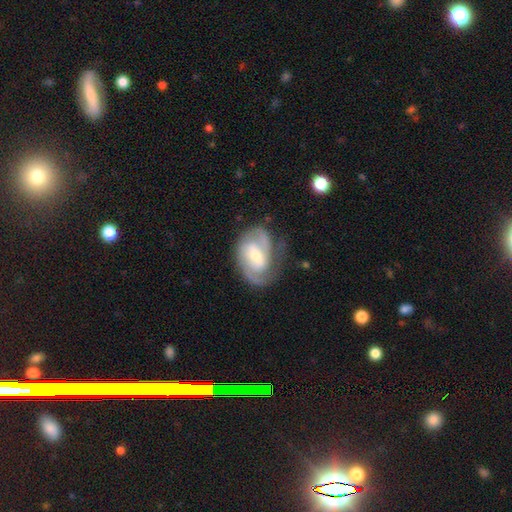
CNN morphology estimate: This is clearly a featured or disk galaxy (83%). It is clearly not viewed edge-on (97%). Bar: possibly weak (49%). Spiral arm pattern: clearly yes (93%). Spiral arm count: likely 2 (70%). Spiral winding: possibly tight (47%). Central bulge: possibly moderate (50%). Merging: likely none (67%).